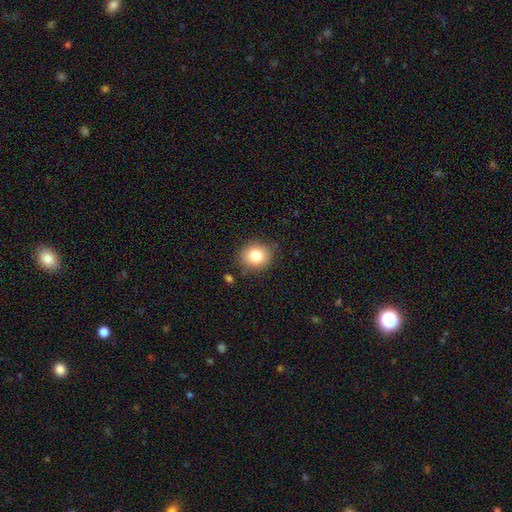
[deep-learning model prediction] This appears to be a smooth galaxy with no disk features (80%) that is round (77%). Merging: none (83%).